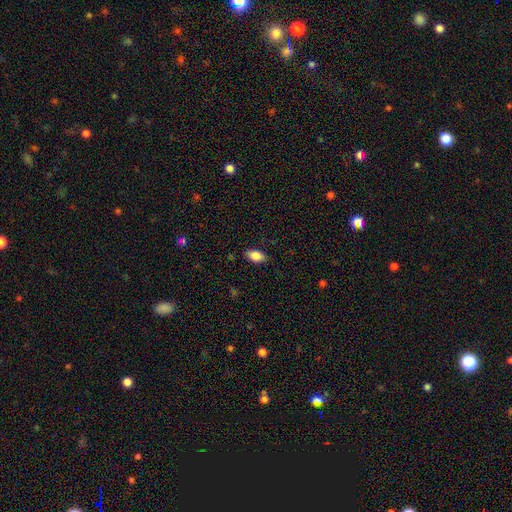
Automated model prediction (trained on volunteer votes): Morphology: type=smooth (84%); roundness=in between (90%); merging=none (85%).